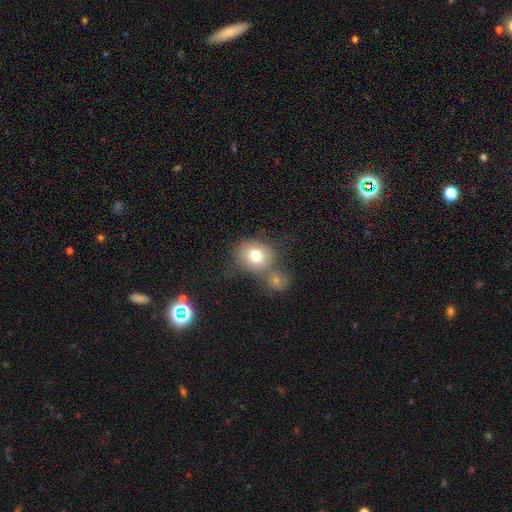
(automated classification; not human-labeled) smooth_or_featured: smooth (p=0.76) [alt: featured or disk p=0.15]
how_rounded: round (p=0.68) [alt: in between p=0.31]
merging: none (p=0.41) [tied with: merger p=0.41]